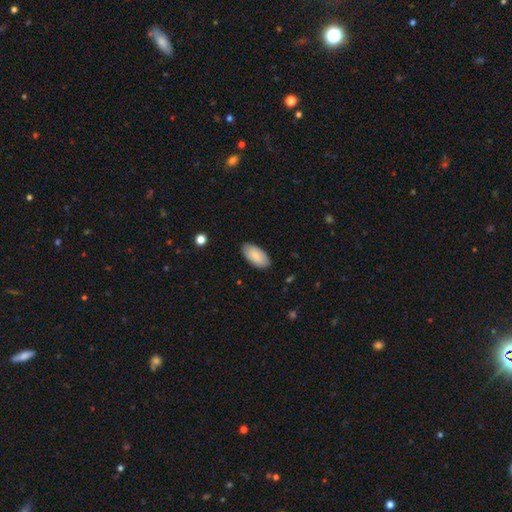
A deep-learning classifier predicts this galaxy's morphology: Q: Smooth or featured?
A: smooth (85%); runner-up: featured or disk (10%)
Q: How rounded?
A: in between (95%); runner-up: cigar-shaped (3%)
Q: Merging?
A: none (86%); runner-up: minor disturbance (11%)